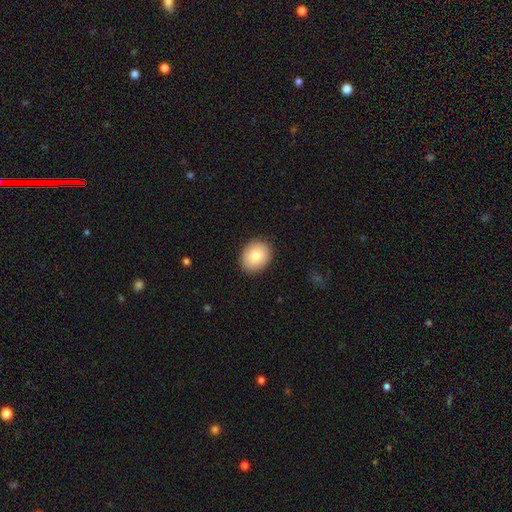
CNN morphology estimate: Q: Smooth or featured?
A: smooth (81%); runner-up: featured or disk (11%)
Q: How rounded?
A: round (52%); runner-up: in between (48%)
Q: Merging?
A: none (89%); runner-up: minor disturbance (8%)